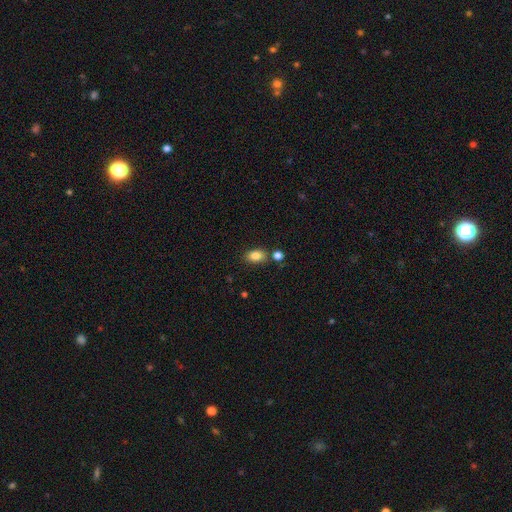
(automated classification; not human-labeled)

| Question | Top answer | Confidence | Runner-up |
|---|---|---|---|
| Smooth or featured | smooth | 84% | star or artifact (9%) |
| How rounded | in between | 84% | round (14%) |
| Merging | none | 75% | minor disturbance (11%) |